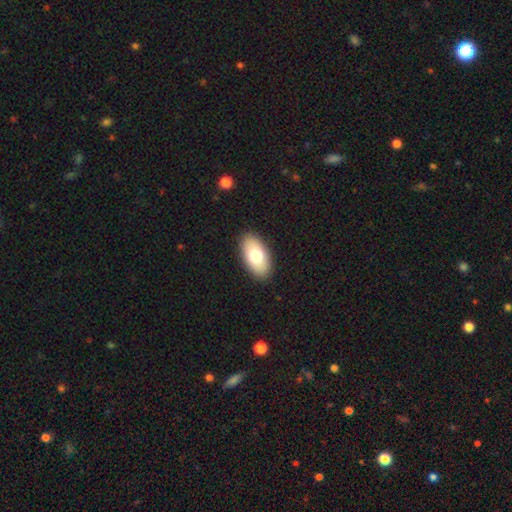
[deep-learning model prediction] smooth_or_featured: smooth (p=0.77) [alt: featured or disk p=0.17]
how_rounded: in between (p=0.95) [alt: round p=0.03]
merging: none (p=0.90) [alt: minor disturbance p=0.07]